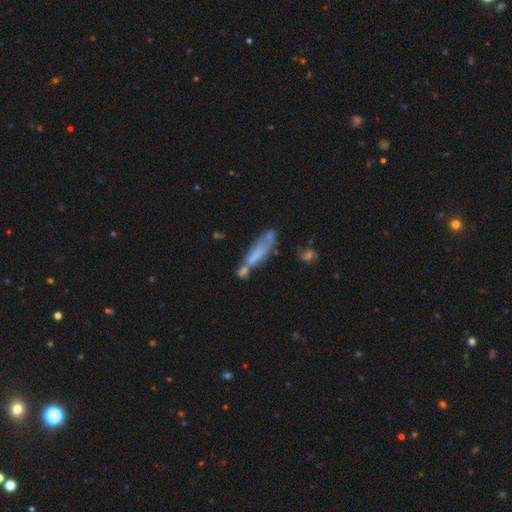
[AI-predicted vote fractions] Morphology: type=smooth (57%); roundness=cigar-shaped (65%); merging=merger (37%).